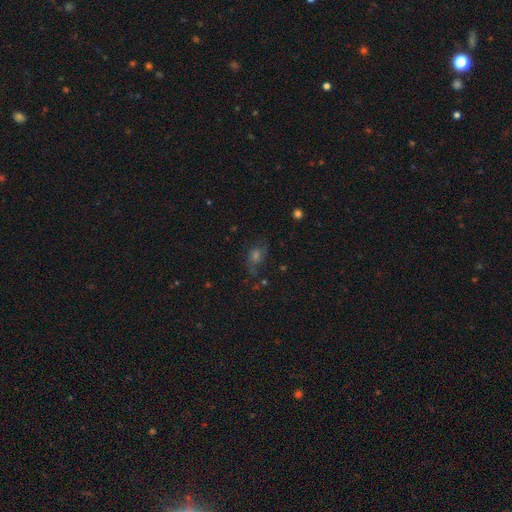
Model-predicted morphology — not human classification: Smooth or featured? Predicted: featured or disk (p=0.38). Merging? Predicted: none (p=0.63).